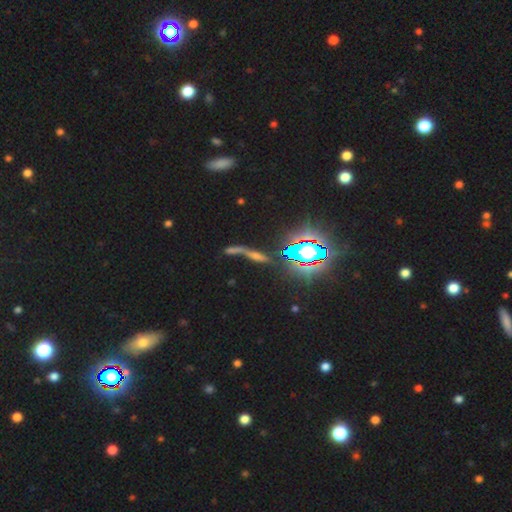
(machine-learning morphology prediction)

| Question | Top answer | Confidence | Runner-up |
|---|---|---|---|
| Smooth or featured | star or artifact | 41% | featured or disk (31%) |